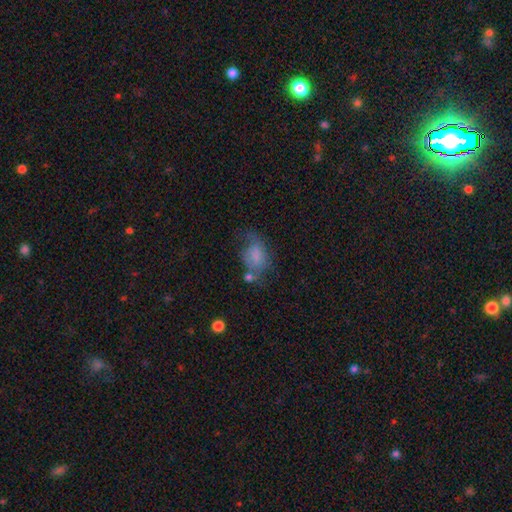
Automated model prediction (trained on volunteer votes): Morphology: type=smooth (64%); roundness=in between (79%); merging=none (35%).